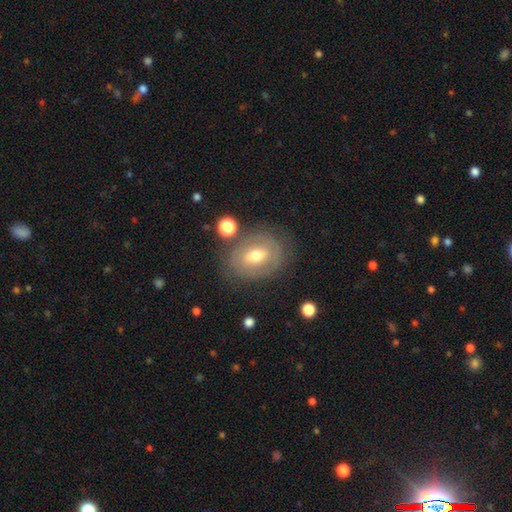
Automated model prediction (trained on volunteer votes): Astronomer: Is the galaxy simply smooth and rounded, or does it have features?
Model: featured or disk — 58% (runner-up: smooth, 34%).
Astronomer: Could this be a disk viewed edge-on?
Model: no — 94%.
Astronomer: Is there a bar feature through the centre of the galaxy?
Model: weak — 44% (runner-up: no, 34%).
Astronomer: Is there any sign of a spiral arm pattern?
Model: no — 52% (runner-up: yes, 48%).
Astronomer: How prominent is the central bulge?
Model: moderate — 70%.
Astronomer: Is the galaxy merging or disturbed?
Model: none — 73%.